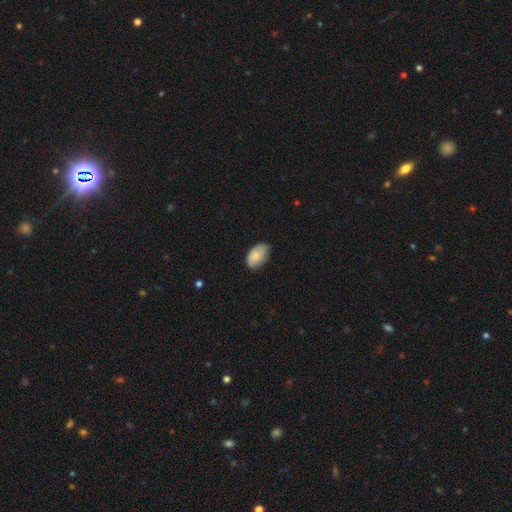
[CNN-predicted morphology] Q: Smooth or featured?
A: smooth (83%); runner-up: featured or disk (11%)
Q: How rounded?
A: in between (92%); runner-up: round (7%)
Q: Merging?
A: none (67%); runner-up: minor disturbance (27%)